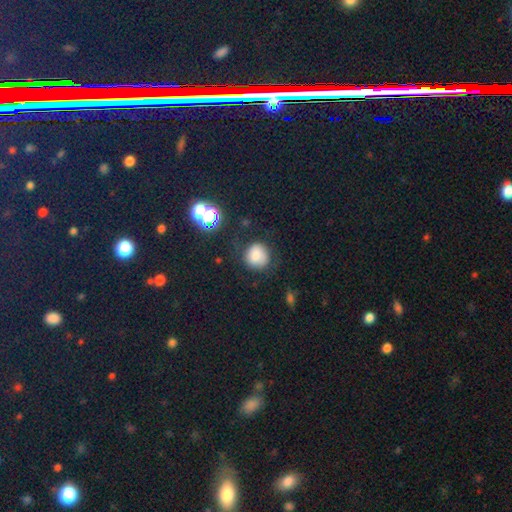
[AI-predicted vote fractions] A smooth galaxy with no disk features (75%) that is round (85%). Merging: none (71%).